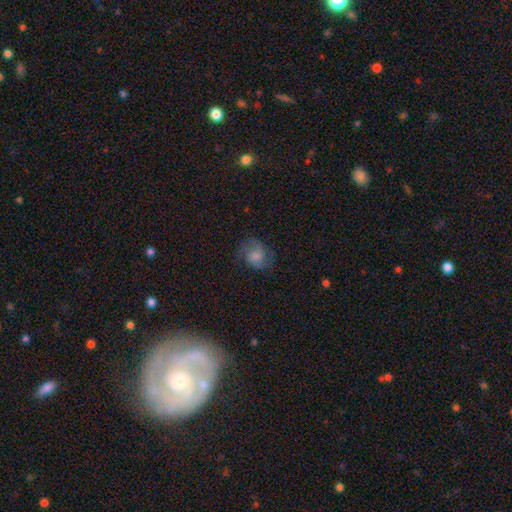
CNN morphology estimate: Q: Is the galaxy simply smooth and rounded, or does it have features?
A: featured or disk — 51%.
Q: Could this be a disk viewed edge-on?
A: no — 97%.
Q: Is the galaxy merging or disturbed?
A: none — 66%.